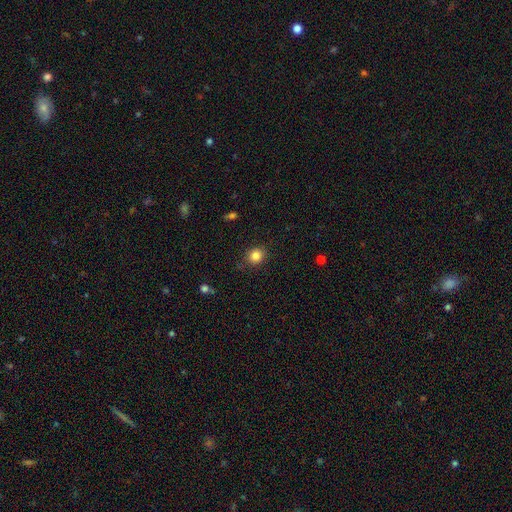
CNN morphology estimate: This is clearly a smooth galaxy (84%). How rounded: clearly round (80%). Merging: clearly none (84%).